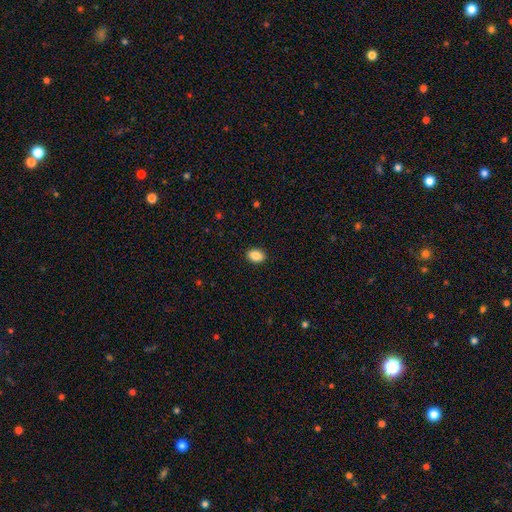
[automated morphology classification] Overall: smooth (89%). How rounded: in between (78%). Merging: none (90%).